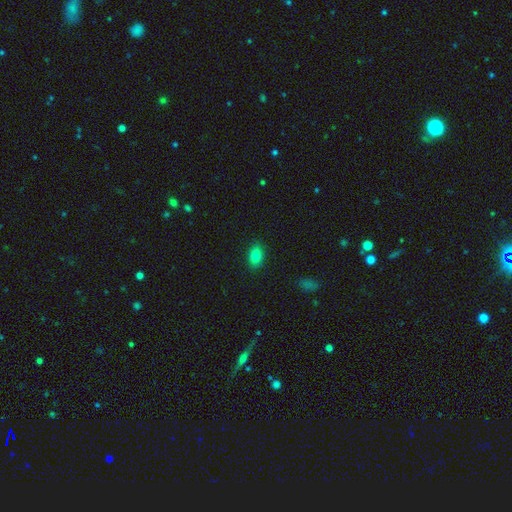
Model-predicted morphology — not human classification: A smooth galaxy with no disk features (83%) that is in between round and cigar-shaped (86%). Merging: none (88%).